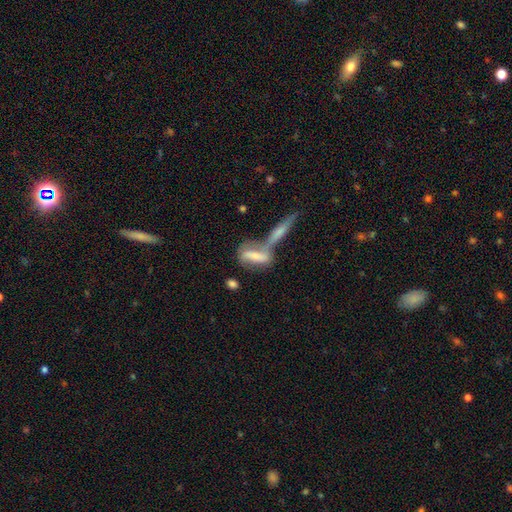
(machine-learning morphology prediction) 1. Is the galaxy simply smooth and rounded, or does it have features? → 57% smooth, 34% featured or disk, 9% star or artifact.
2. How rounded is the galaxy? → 54% in between, 42% cigar-shaped, 4% round.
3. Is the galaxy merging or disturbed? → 60% merger, 22% none, 9% minor disturbance, 8% major disturbance.